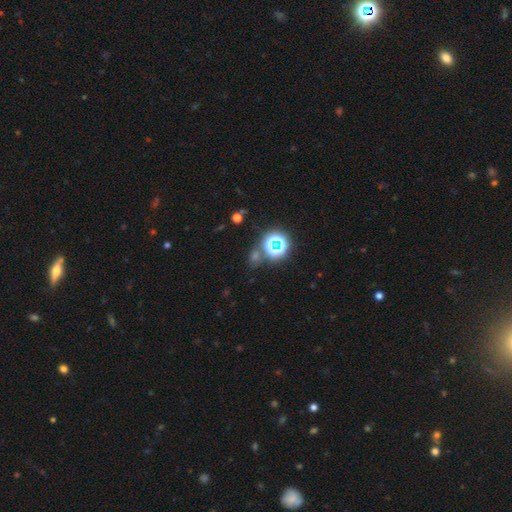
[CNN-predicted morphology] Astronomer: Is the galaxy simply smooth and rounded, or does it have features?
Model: star or artifact — 65%.